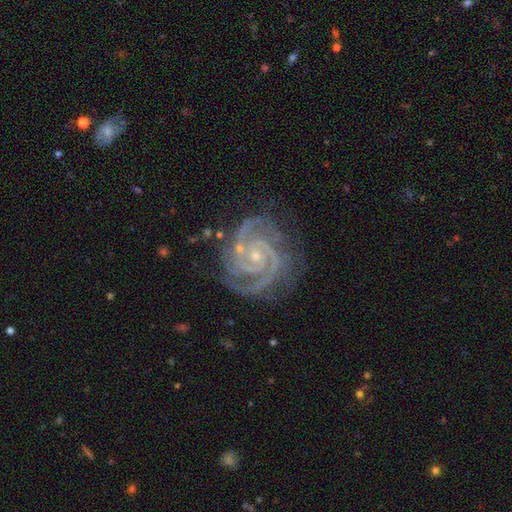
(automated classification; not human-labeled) Smooth or featured? Predicted: featured or disk (p=0.93). Edge-on disk? Predicted: no (p=0.98). Bar? Predicted: no (p=0.66). Spiral arms? Predicted: yes (p=0.99). Spiral winding? Predicted: tight (p=0.73). Spiral arm count? Predicted: 2 (p=0.62). Bulge size? Predicted: small (p=0.78). Merging? Predicted: none (p=0.74).